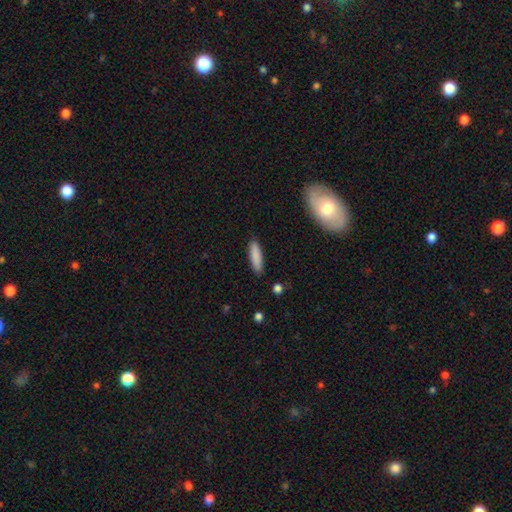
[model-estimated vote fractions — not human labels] The model was most divided on "how rounded": cigar-shaped: 69%, in between: 30%, round: 2%. More confident: merging — none (89%); smooth or featured — smooth (87%).